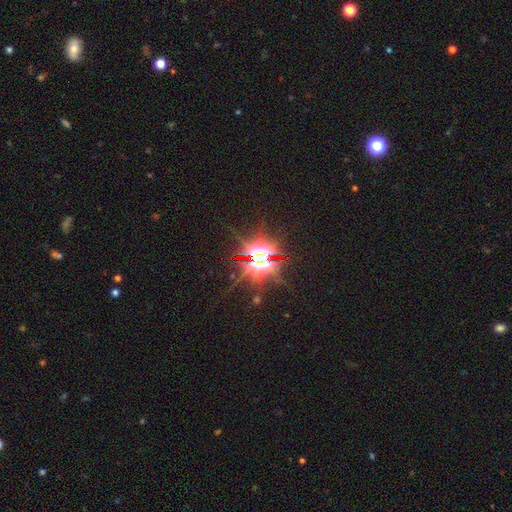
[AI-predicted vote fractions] A star or artifact, not a galaxy (83%).